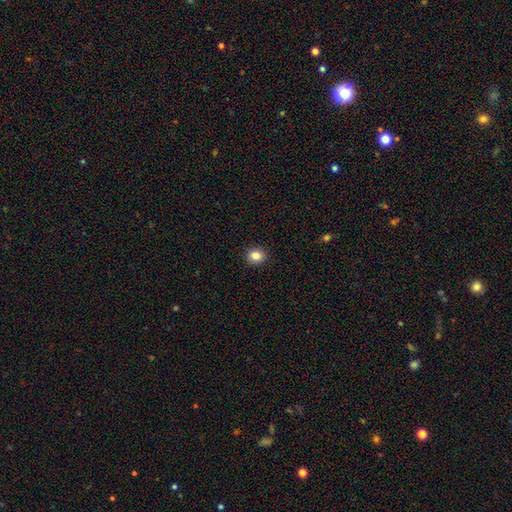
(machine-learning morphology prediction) This is clearly a smooth galaxy (84%). How rounded: likely round (79%). Merging: clearly none (92%).